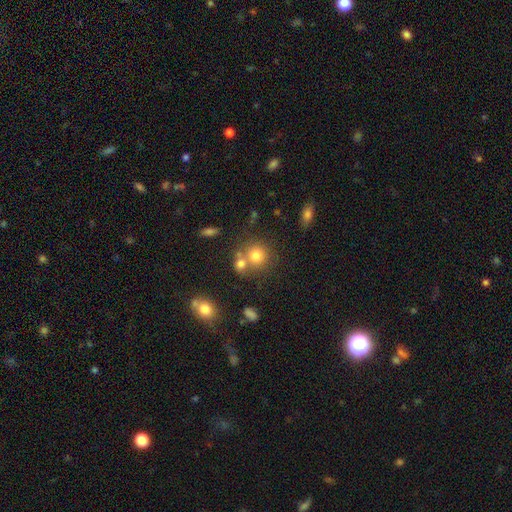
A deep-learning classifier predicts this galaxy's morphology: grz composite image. It shows a smooth galaxy with no disk features (76%) that is round (85%). Merging: none (55%).